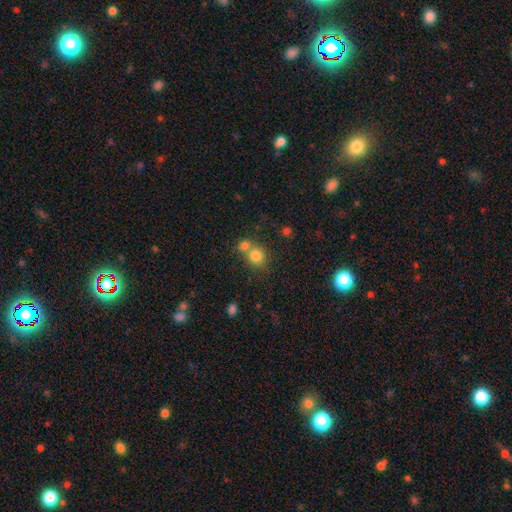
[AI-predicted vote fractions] smooth 80%, star or artifact 11%, featured or disk 8%. Down the decision tree: how rounded — round (84%); merging — none (49%).